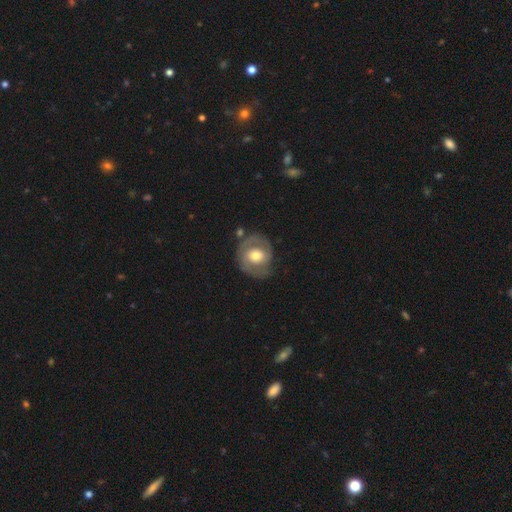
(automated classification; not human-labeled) This is likely a featured or disk galaxy (67%). It is clearly not viewed edge-on (97%). Bar: likely no (64%). Spiral arm pattern: likely yes (76%). Central bulge: likely moderate (67%). Merging: likely none (71%).